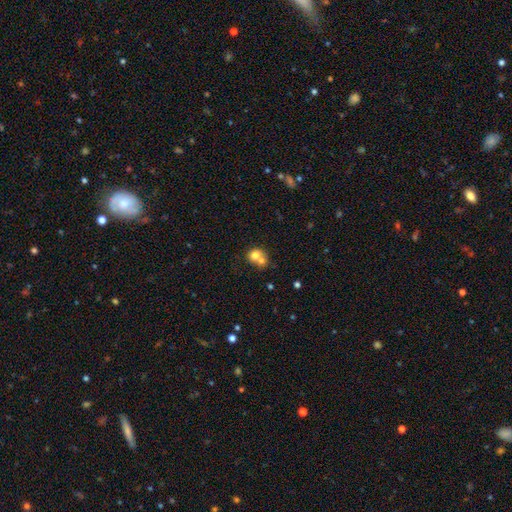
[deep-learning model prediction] The model was most divided on "merging": merger: 60%, none: 31%, minor disturbance: 6%, major disturbance: 3%. More confident: how rounded — round (75%); smooth or featured — smooth (73%).